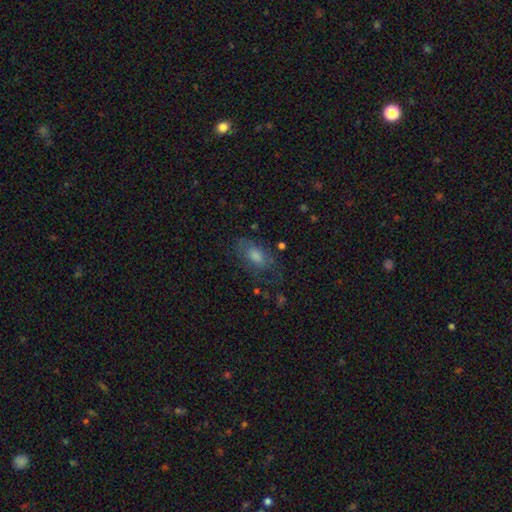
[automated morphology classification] Overall: smooth (51%; featured or disk 34%). How rounded: in between (84%). Merging: none (64%).